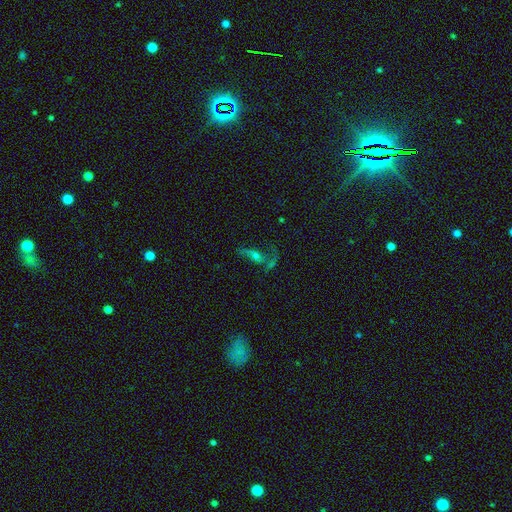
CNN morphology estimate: Smooth or featured? Predicted: featured or disk (p=0.57). Edge-on disk? Predicted: no (p=0.84). Merging? Predicted: none (p=0.38).